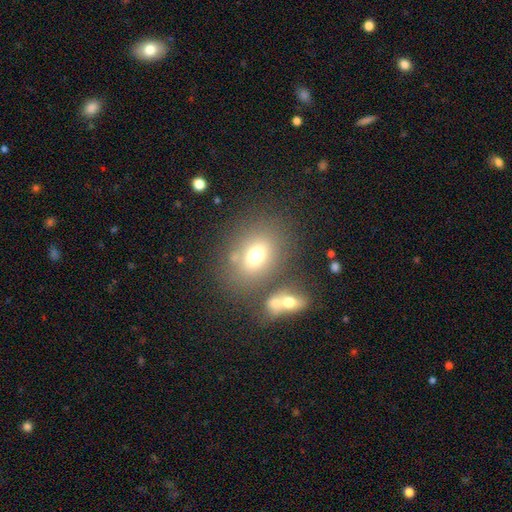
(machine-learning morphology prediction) Q: Smooth or featured?
A: smooth (69%); runner-up: featured or disk (17%)
Q: How rounded?
A: in between (62%); runner-up: round (36%)
Q: Merging?
A: none (64%); runner-up: merger (16%)